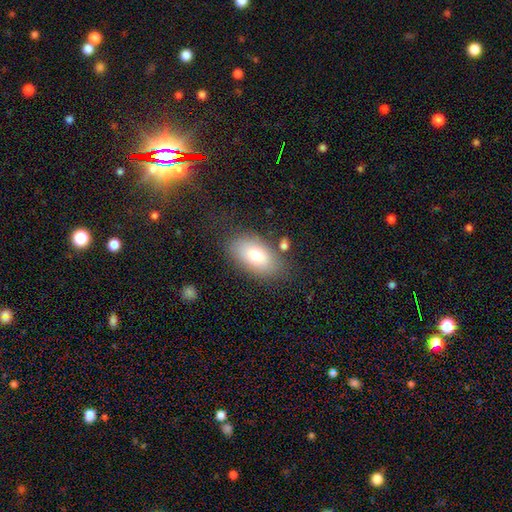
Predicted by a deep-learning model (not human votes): Smooth or featured? Predicted: smooth (p=0.75). How rounded? Predicted: in between (p=0.92). Merging? Predicted: none (p=0.77).